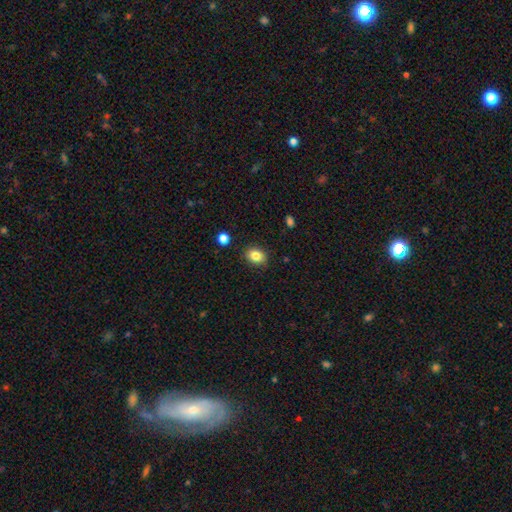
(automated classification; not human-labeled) Smooth or featured? Predicted: smooth (p=0.84). How rounded? Predicted: in between (p=0.61). Merging? Predicted: none (p=0.87).